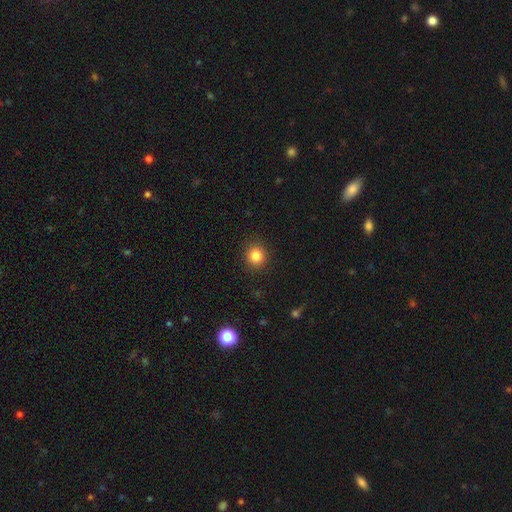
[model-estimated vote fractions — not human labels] smooth_or_featured: smooth (p=0.84) [alt: star or artifact p=0.11]
how_rounded: round (p=0.90) [alt: in between p=0.09]
merging: none (p=0.90) [alt: minor disturbance p=0.06]